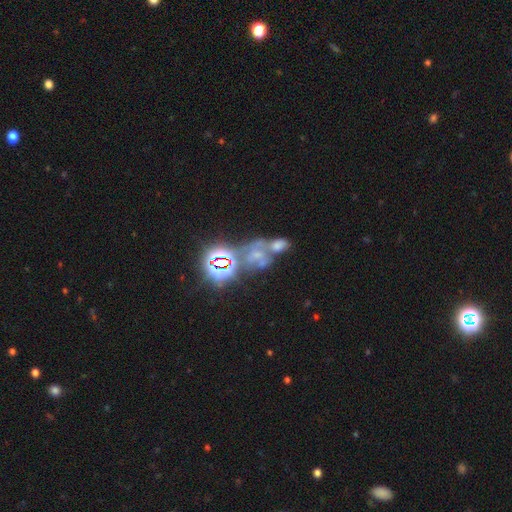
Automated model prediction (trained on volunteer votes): Smooth or featured: star or artifact — 40% (featured or disk — 32%)